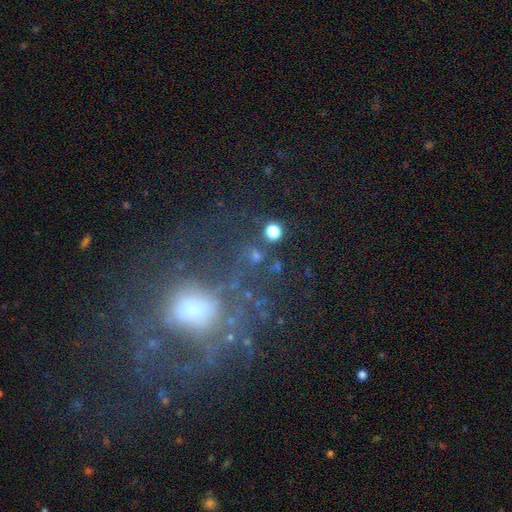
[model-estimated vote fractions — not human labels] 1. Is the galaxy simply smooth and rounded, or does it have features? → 44% featured or disk, 30% smooth, 27% star or artifact.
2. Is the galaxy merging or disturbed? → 55% none, 23% major disturbance, 16% minor disturbance, 5% merger.